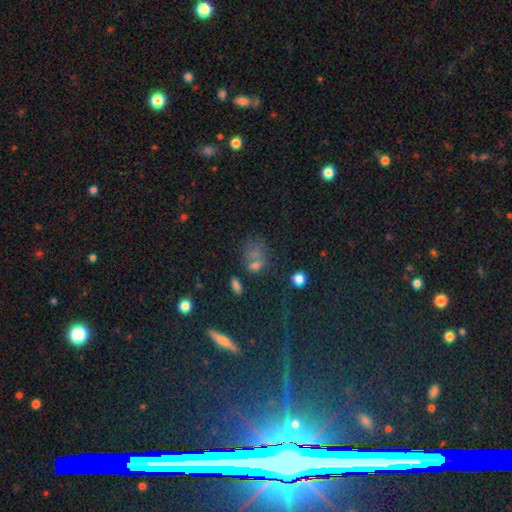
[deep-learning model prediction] Smooth or featured: smooth — 45% (star or artifact — 34%)
Merging: none — 53% (merger — 18%)